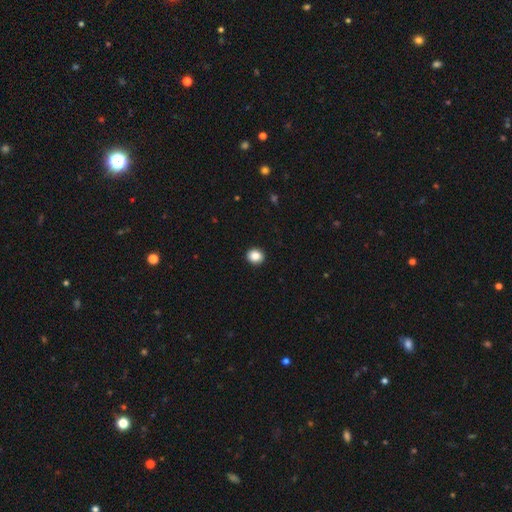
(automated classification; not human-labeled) Overall: smooth (87%). How rounded: round (81%). Merging: none (93%).